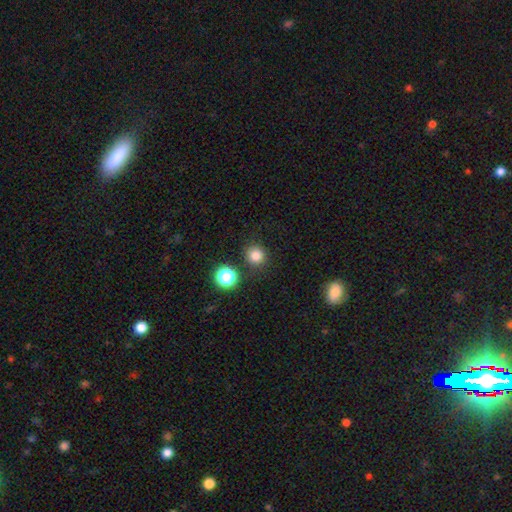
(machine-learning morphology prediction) Smooth or featured?
  - smooth: 80% *
  - star or artifact: 15%
  - featured or disk: 5%
How rounded?
  - round: 93% *
  - in between: 6%
  - cigar-shaped: 1%
Merging?
  - none: 86% *
  - minor disturbance: 7%
  - merger: 4%
  - major disturbance: 3%